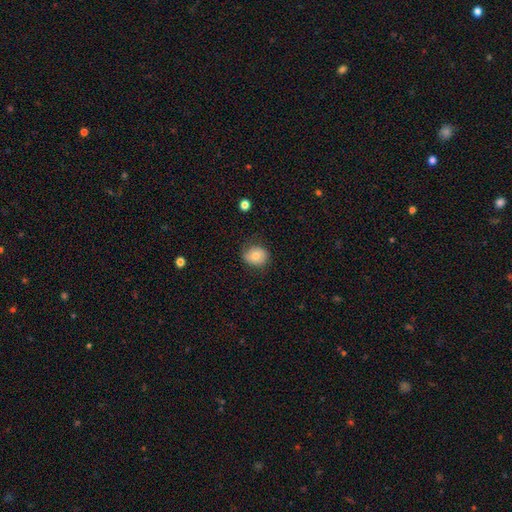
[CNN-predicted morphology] Smooth or featured? Predicted: smooth (p=0.72). How rounded? Predicted: round (p=0.68). Merging? Predicted: none (p=0.74).